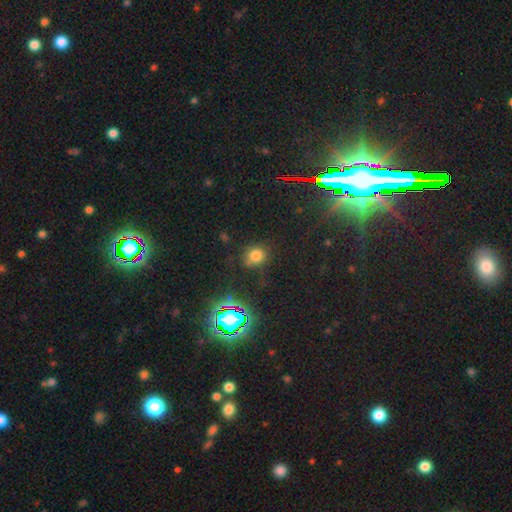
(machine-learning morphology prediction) smooth-or-featured: smooth: 69% | star or artifact: 23% | featured or disk: 7%
  how-rounded: round: 77% | in between: 22% | cigar-shaped: 1%
  merging: none: 77% | minor disturbance: 15% | major disturbance: 6% | merger: 3%